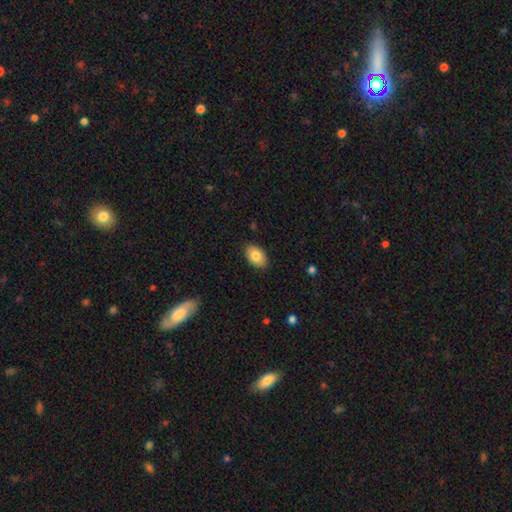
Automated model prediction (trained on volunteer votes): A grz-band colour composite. It shows a smooth galaxy with no disk features (84%) that is in between round and cigar-shaped (91%). Merging: none (87%).